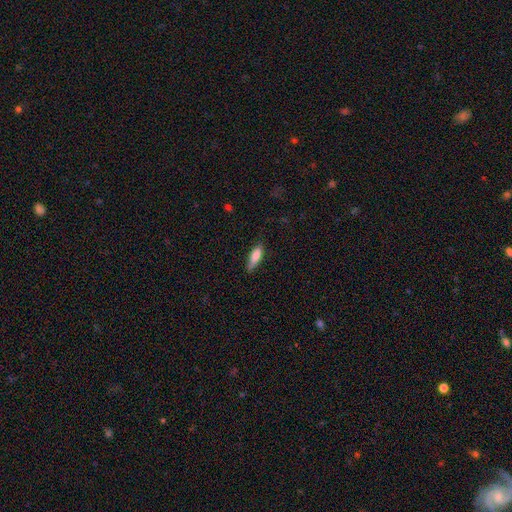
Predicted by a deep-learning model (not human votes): smooth_or_featured: smooth (p=0.79) [alt: featured or disk p=0.14]
how_rounded: in between (p=0.51) [alt: cigar-shaped p=0.47]
merging: none (p=0.66) [alt: minor disturbance p=0.27]